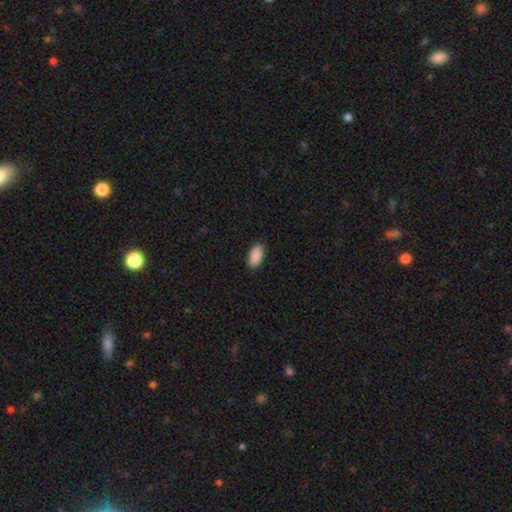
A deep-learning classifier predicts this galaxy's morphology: Q: Smooth or featured?
A: smooth (91%); runner-up: star or artifact (6%)
Q: How rounded?
A: in between (94%); runner-up: cigar-shaped (4%)
Q: Merging?
A: none (89%); runner-up: minor disturbance (9%)